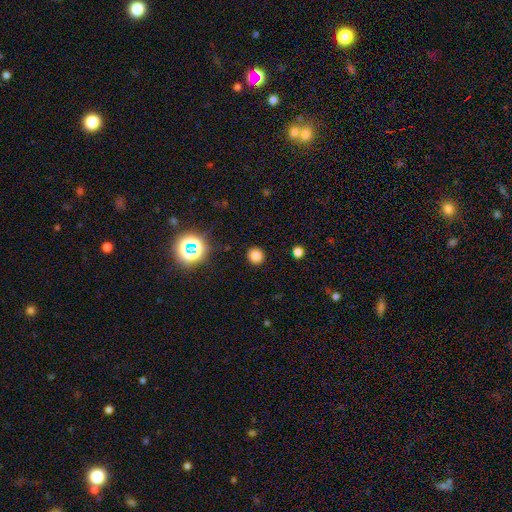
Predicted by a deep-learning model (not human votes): This appears to be a smooth galaxy with no disk features (79%) that is round (91%). Merging: none (91%).